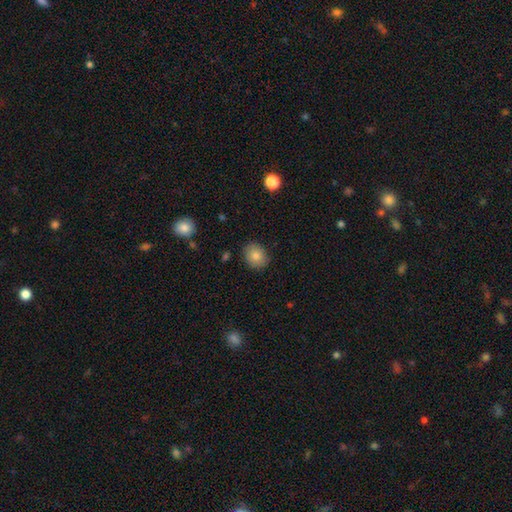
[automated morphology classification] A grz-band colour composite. It shows a smooth galaxy with no disk features (82%) that is round (63%). Merging: none (86%).